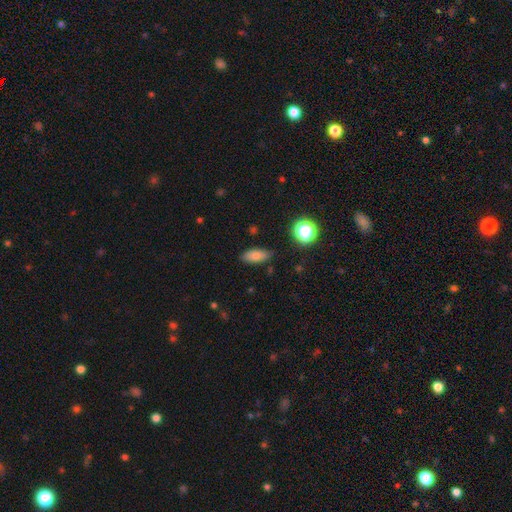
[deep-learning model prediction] This appears to be a smooth galaxy with no disk features (75%) that is in between round and cigar-shaped (80%). Merging: none (82%).